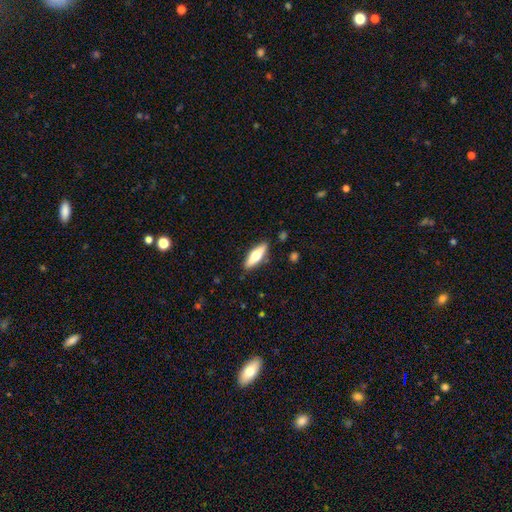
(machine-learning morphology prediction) The model was most divided on "how rounded": in between: 51%, cigar-shaped: 47%, round: 2%. More confident: merging — none (87%); smooth or featured — smooth (59%).